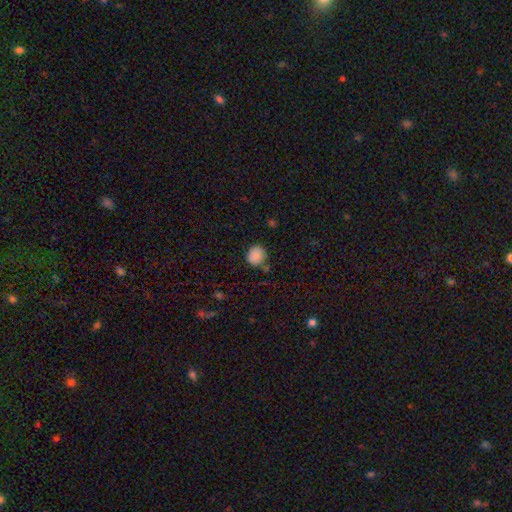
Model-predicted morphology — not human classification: smooth 87%, star or artifact 9%, featured or disk 4%. Down the decision tree: how rounded — round (71%); merging — none (72%).